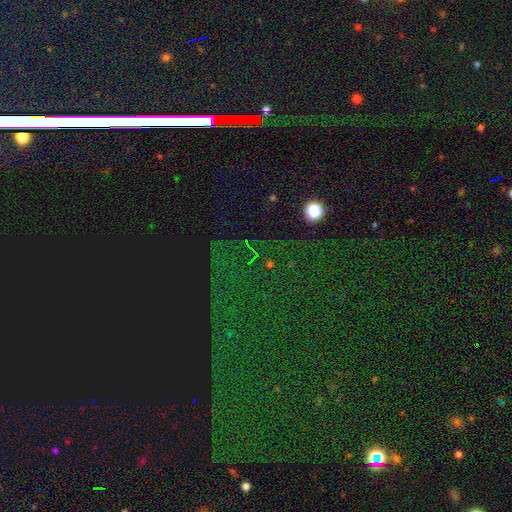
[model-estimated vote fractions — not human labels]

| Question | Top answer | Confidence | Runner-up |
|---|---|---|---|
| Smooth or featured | star or artifact | 77% | smooth (14%) |